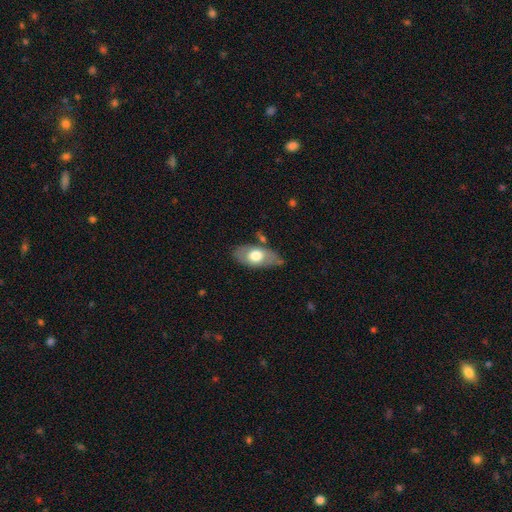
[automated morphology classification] Smooth or featured: smooth — 59% (featured or disk — 35%)
How rounded: in between — 89% (round — 6%)
Merging: none — 65% (minor disturbance — 23%)